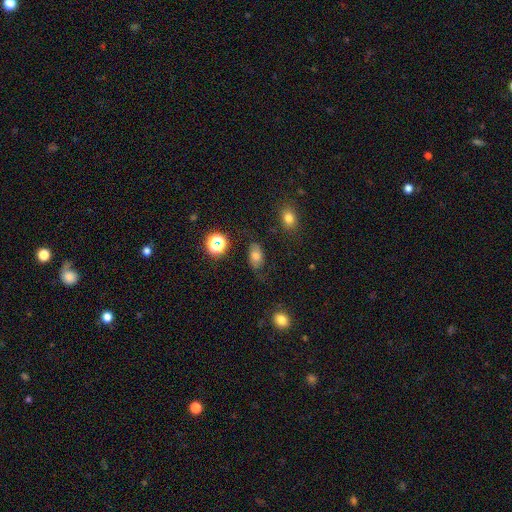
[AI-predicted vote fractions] Q: Smooth or featured?
A: smooth (59%); runner-up: featured or disk (24%)
Q: How rounded?
A: in between (84%); runner-up: round (14%)
Q: Merging?
A: none (65%); runner-up: minor disturbance (22%)